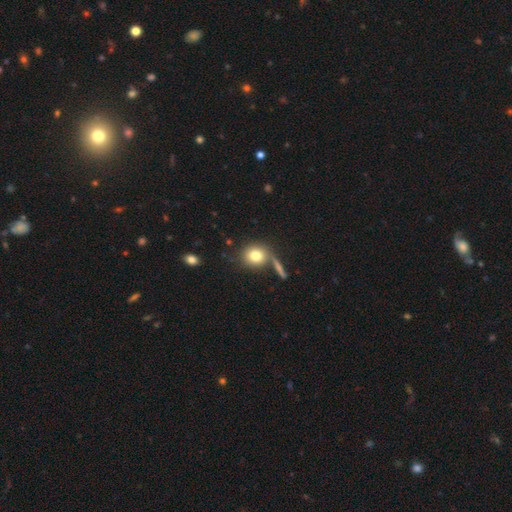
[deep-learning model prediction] smooth 79%, featured or disk 11%, star or artifact 10%. Down the decision tree: how rounded — round (81%); merging — none (68%).